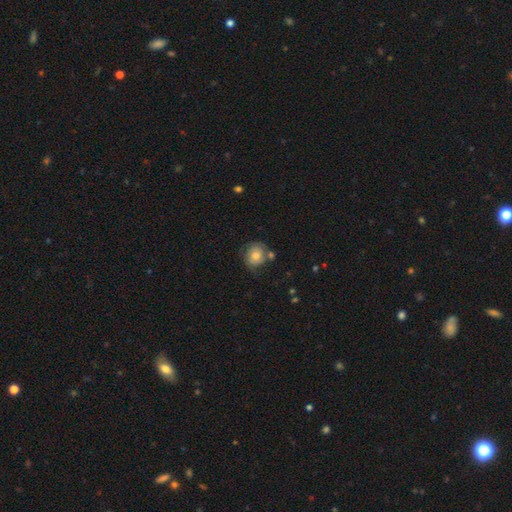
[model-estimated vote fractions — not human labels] Overall: smooth (67%). How rounded: round (72%). Merging: none (59%; minor disturbance 23%).